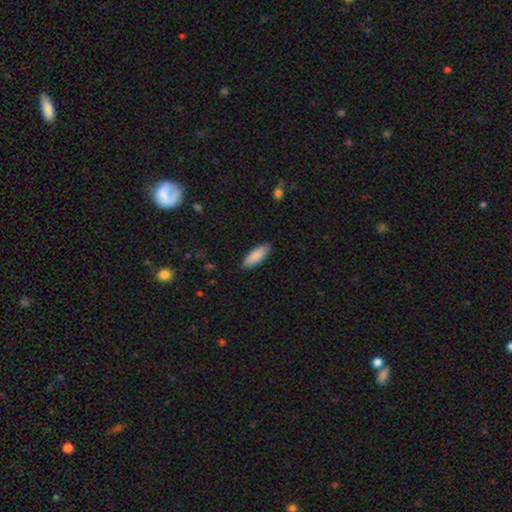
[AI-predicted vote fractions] Smooth or featured: smooth — 88% (featured or disk — 6%)
How rounded: in between — 63% (cigar-shaped — 35%)
Merging: none — 88% (minor disturbance — 9%)